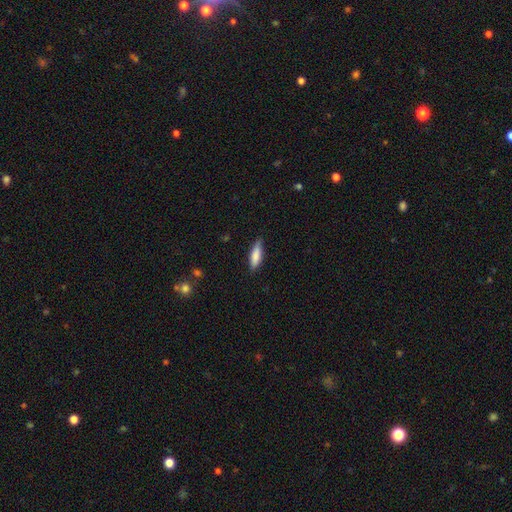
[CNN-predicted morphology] Smooth or featured? Predicted: smooth (p=0.79). How rounded? Predicted: cigar-shaped (p=0.51). Merging? Predicted: none (p=0.77).